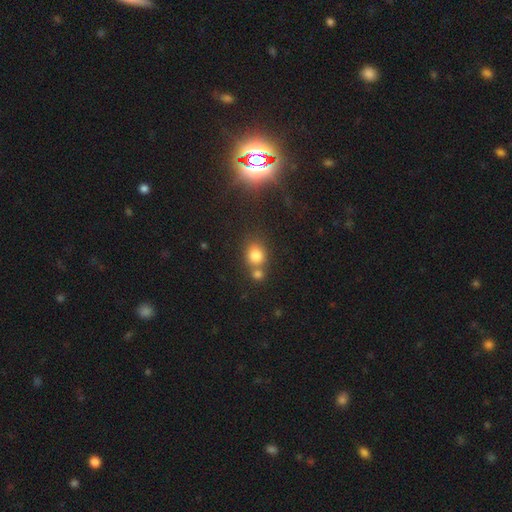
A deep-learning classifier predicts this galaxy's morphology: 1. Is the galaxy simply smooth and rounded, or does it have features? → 79% smooth, 13% star or artifact, 8% featured or disk.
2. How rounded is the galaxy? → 68% round, 30% in between, 1% cigar-shaped.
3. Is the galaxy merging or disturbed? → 49% none, 38% merger, 10% minor disturbance, 4% major disturbance.